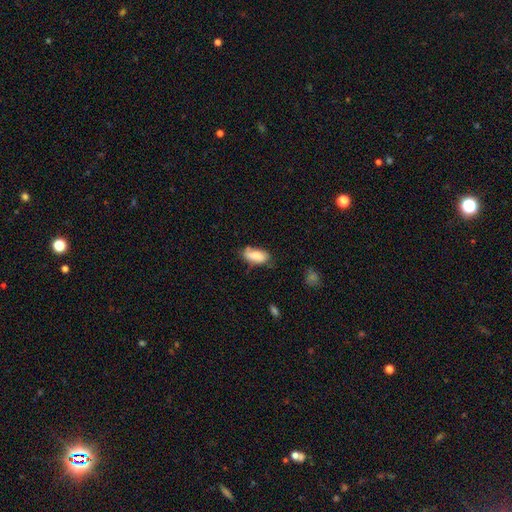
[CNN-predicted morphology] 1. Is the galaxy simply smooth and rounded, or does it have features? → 79% smooth, 14% featured or disk, 7% star or artifact.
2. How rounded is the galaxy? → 88% in between, 9% cigar-shaped, 3% round.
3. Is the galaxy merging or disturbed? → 60% none, 28% minor disturbance, 7% major disturbance, 4% merger.